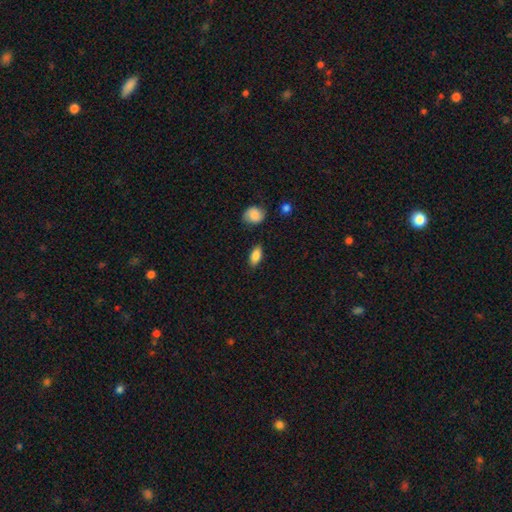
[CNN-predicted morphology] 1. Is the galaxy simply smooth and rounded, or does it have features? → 85% smooth, 7% featured or disk, 7% star or artifact.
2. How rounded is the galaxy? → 88% in between, 8% cigar-shaped, 4% round.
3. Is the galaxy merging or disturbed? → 85% none, 11% minor disturbance, 2% major disturbance, 2% merger.